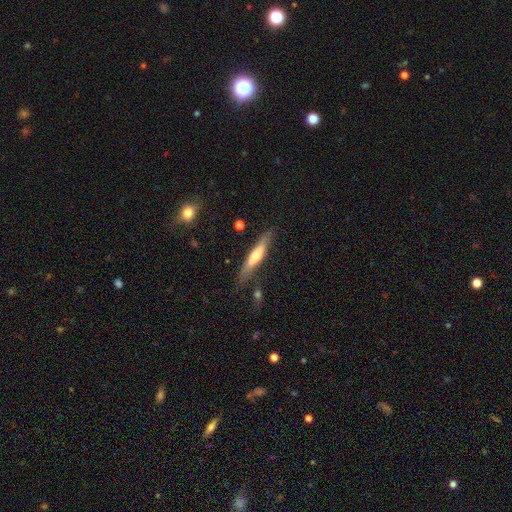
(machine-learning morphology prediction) smooth-or-featured: featured or disk: 49% | smooth: 45% | star or artifact: 6%
  merging: none: 76% | minor disturbance: 16% | major disturbance: 4% | merger: 3%